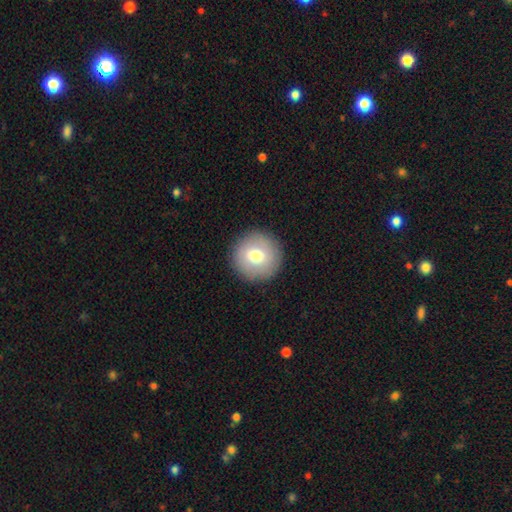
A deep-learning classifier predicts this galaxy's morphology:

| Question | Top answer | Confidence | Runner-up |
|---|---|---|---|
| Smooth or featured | smooth | 73% | featured or disk (19%) |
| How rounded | round | 96% | in between (4%) |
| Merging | none | 91% | minor disturbance (6%) |